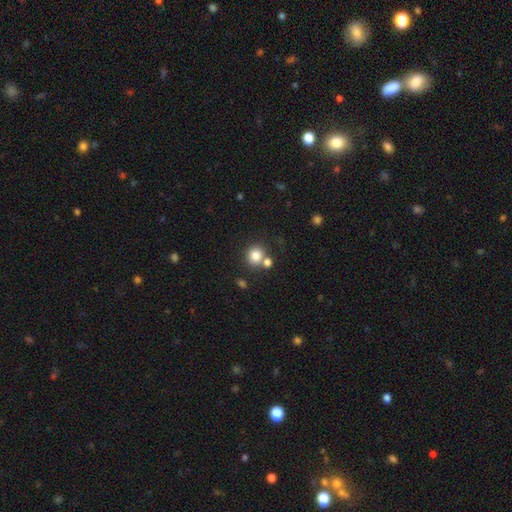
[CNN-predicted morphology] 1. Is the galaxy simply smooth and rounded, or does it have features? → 82% smooth, 11% star or artifact, 7% featured or disk.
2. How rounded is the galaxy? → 83% round, 16% in between, 1% cigar-shaped.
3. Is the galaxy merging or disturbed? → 66% none, 22% merger, 9% minor disturbance, 3% major disturbance.